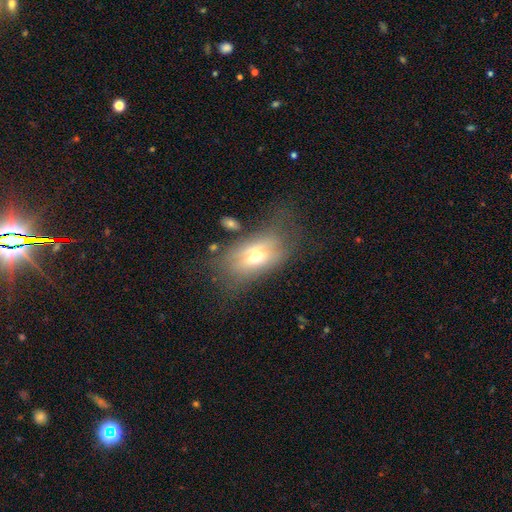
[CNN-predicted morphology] This is possibly a smooth galaxy (56%). How rounded: clearly in between (82%). Merging: possibly none (51%).